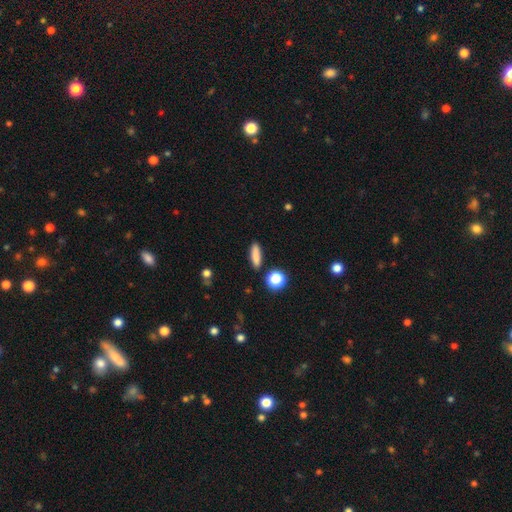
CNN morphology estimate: Smooth or featured?
  - smooth: 84% *
  - star or artifact: 9%
  - featured or disk: 7%
How rounded?
  - cigar-shaped: 63% *
  - in between: 31%
  - round: 6%
Merging?
  - none: 88% *
  - minor disturbance: 8%
  - merger: 2%
  - major disturbance: 2%